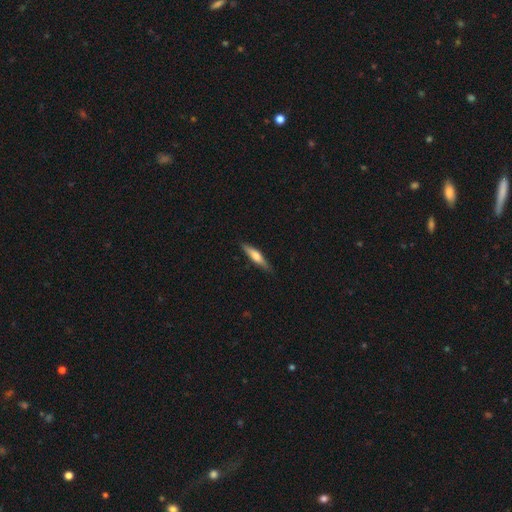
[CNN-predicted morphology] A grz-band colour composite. It shows a smooth galaxy with no disk features (54%) that is cigar-shaped (84%). Merging: none (86%).